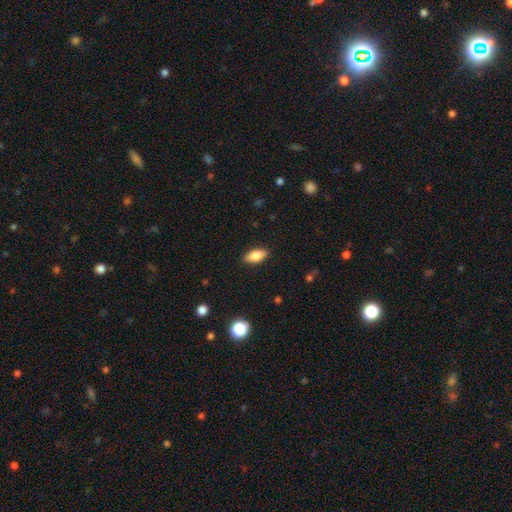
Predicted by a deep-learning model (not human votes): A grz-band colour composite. It shows a smooth galaxy with no disk features (82%) that is in between round and cigar-shaped (87%). Merging: none (88%).